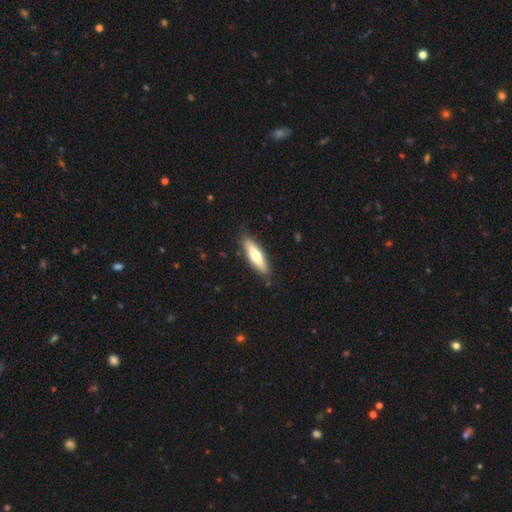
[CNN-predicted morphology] A smooth galaxy with no disk features (61%) that is cigar-shaped (61%). Merging: none (87%).